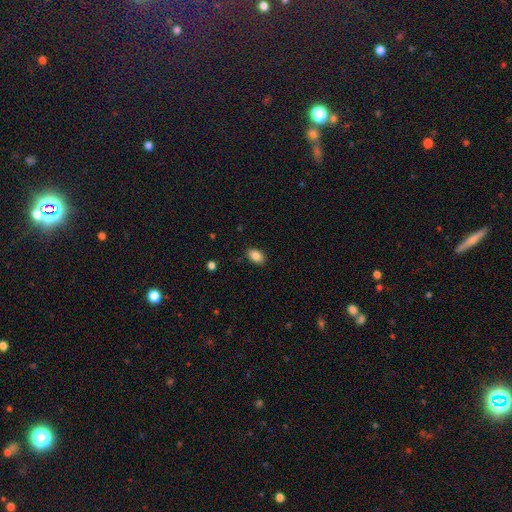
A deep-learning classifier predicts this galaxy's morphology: Smooth or featured: smooth — 87% (star or artifact — 8%)
How rounded: in between — 88% (round — 10%)
Merging: none — 87% (minor disturbance — 10%)